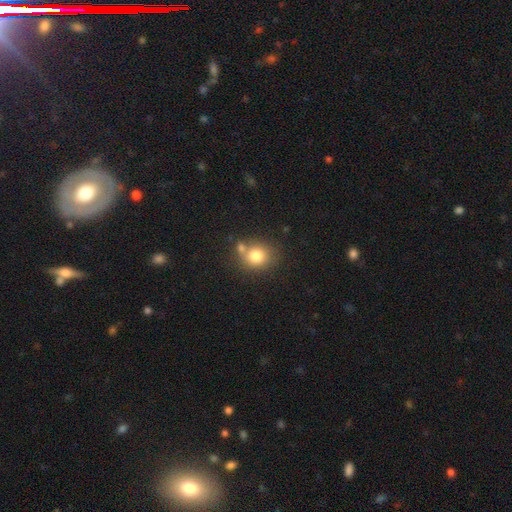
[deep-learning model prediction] This appears to be a smooth galaxy with no disk features (78%) that is round (75%). Merging: none (58%).